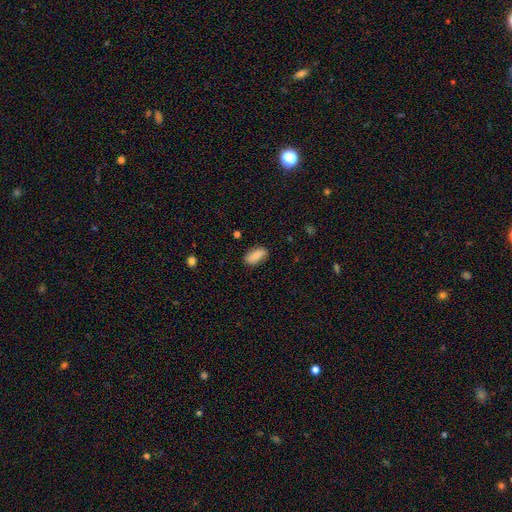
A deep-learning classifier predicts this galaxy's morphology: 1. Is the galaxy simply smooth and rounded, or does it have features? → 82% smooth, 11% featured or disk, 7% star or artifact.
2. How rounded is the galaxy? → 85% in between, 12% cigar-shaped, 3% round.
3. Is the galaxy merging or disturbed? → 80% none, 15% minor disturbance, 3% major disturbance, 2% merger.